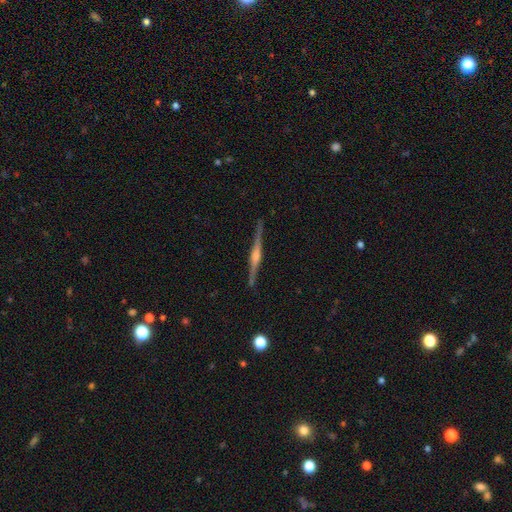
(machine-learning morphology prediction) The model was most divided on "edge-on bulge": rounded: 70%, boxy: 23%, none: 7%. More confident: edge-on disk — yes (98%); merging — none (89%); smooth or featured — featured or disk (82%).